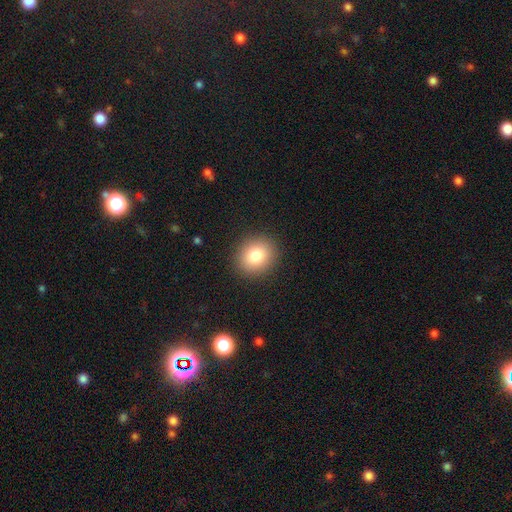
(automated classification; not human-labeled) Smooth or featured? smooth (82%)
How rounded? round (76%)
Merging? none (90%)